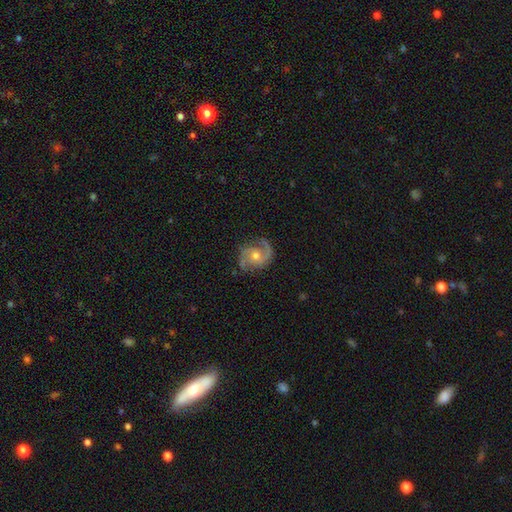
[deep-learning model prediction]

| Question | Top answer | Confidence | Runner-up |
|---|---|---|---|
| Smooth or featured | featured or disk | 88% | smooth (6%) |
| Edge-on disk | no | 98% | yes (2%) |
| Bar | no | 68% | weak (27%) |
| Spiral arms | yes | 97% | no (3%) |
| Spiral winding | medium | 53% | tight (29%) |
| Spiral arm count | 2 | 86% | 3 (4%) |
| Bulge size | moderate | 64% | small (32%) |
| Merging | none | 77% | minor disturbance (16%) |